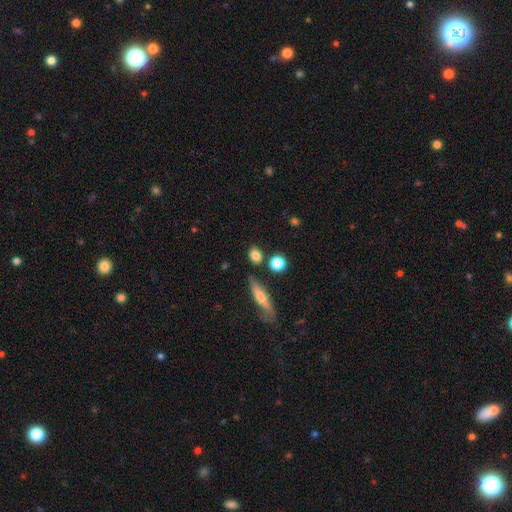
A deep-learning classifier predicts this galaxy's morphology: Smooth or featured? smooth (82%)
How rounded? in between (49%)
Merging? none (75%)